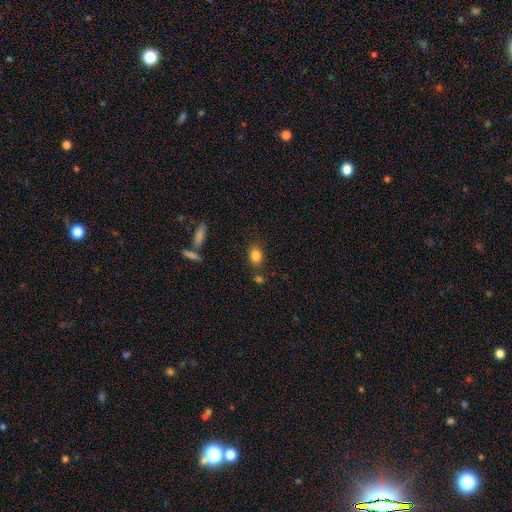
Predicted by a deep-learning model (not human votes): A smooth galaxy with no disk features (84%) that is in between round and cigar-shaped (57%).

Vote fractions:
- Smooth or featured? smooth: 84% / star or artifact: 10% / featured or disk: 6%
- How rounded? in between: 57% / round: 42% / cigar-shaped: 2%
- Merging? none: 76% / minor disturbance: 13% / merger: 7% / major disturbance: 4%